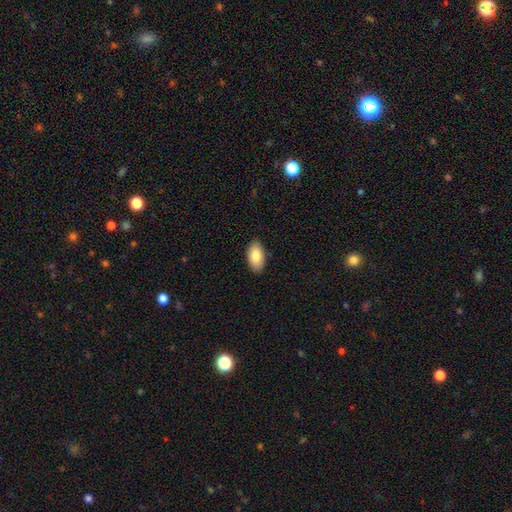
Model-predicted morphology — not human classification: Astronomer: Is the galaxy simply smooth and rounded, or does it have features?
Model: smooth — 84%.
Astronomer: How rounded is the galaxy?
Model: in between — 95%.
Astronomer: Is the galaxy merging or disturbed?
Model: none — 88%.